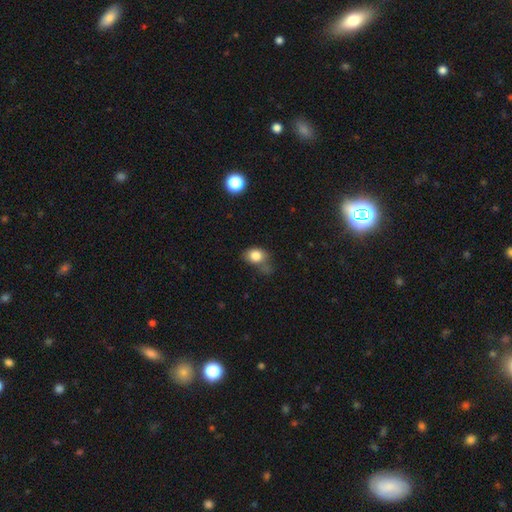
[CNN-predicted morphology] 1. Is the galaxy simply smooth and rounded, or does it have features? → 82% smooth, 10% star or artifact, 8% featured or disk.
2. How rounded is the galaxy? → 59% in between, 39% round, 1% cigar-shaped.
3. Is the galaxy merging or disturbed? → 49% none, 28% minor disturbance, 12% merger, 10% major disturbance.